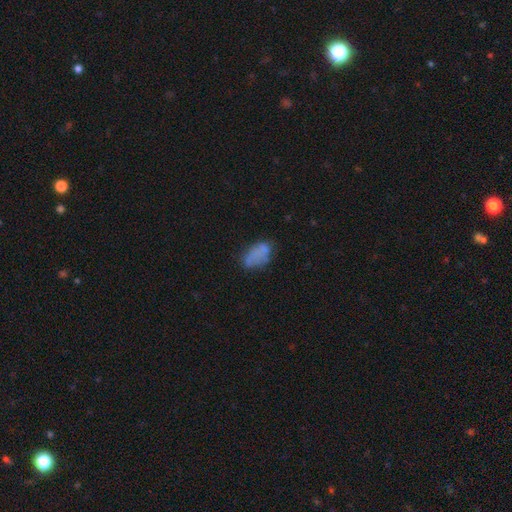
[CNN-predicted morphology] A smooth galaxy with no disk features (62%) that is in between round and cigar-shaped (91%). Merging: none (45%).